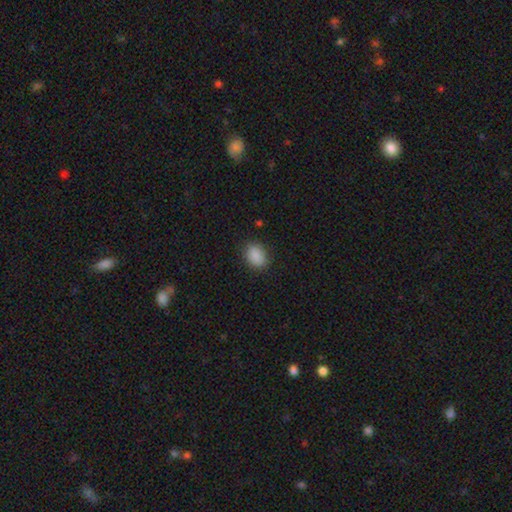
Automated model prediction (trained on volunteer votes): smooth_or_featured: smooth (p=0.88) [alt: star or artifact p=0.08]
how_rounded: in between (p=0.70) [alt: round p=0.29]
merging: none (p=0.85) [alt: minor disturbance p=0.11]